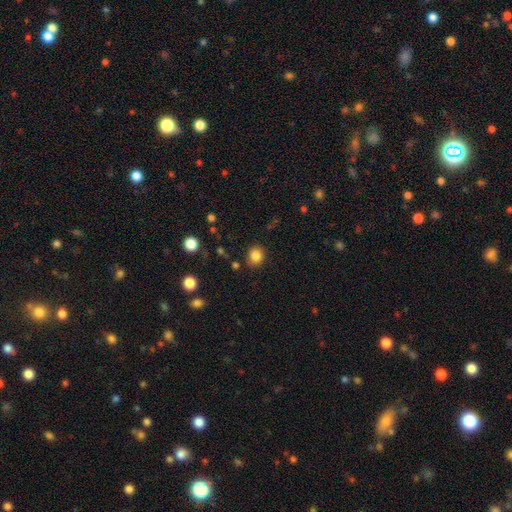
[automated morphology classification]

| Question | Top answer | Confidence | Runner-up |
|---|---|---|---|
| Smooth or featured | smooth | 84% | star or artifact (11%) |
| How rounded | round | 78% | in between (21%) |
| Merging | none | 84% | minor disturbance (11%) |